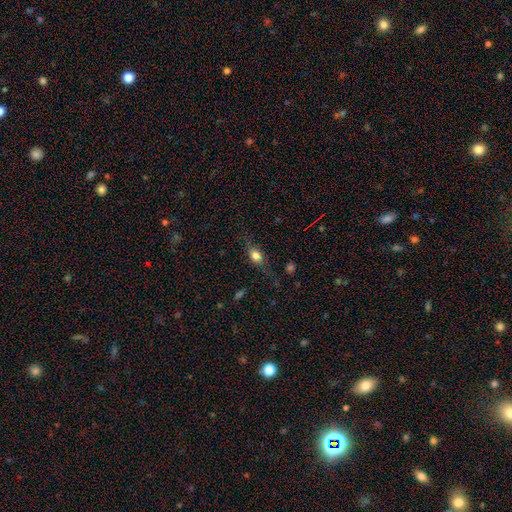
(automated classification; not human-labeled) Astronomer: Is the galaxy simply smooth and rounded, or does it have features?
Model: smooth — 72%.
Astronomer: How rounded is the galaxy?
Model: in between — 65%.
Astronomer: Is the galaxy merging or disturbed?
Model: none — 69%.